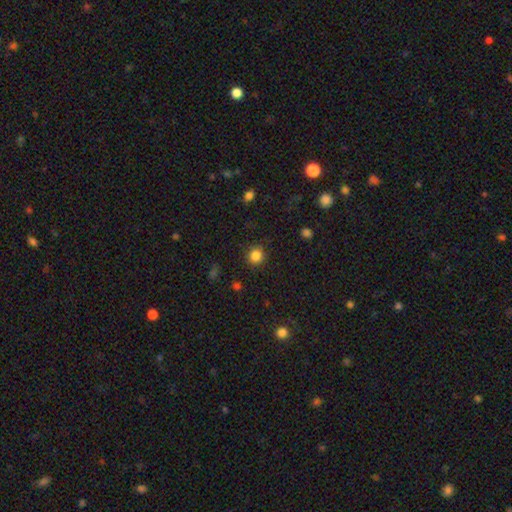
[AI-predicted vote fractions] A smooth galaxy with no disk features (84%) that is round (92%).

Vote fractions:
- Smooth or featured? smooth: 84% / star or artifact: 12% / featured or disk: 4%
- How rounded? round: 92% / in between: 7% / cigar-shaped: 1%
- Merging? none: 90% / minor disturbance: 7% / major disturbance: 2% / merger: 1%